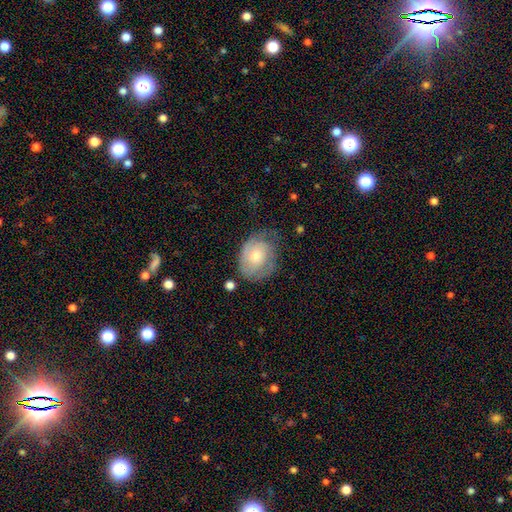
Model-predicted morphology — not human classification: smooth_or_featured: featured or disk (p=0.49) [alt: smooth p=0.44]
merging: none (p=0.53) [alt: minor disturbance p=0.30]